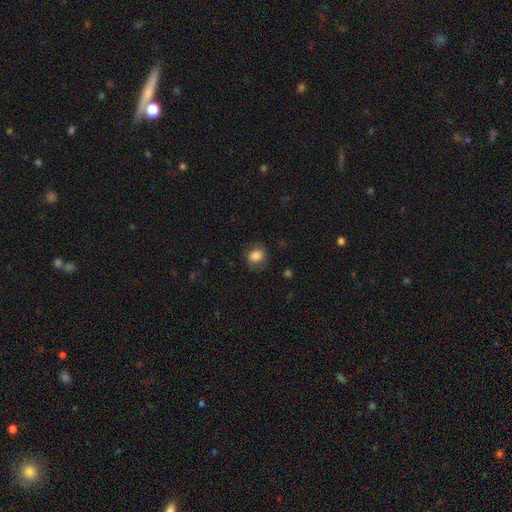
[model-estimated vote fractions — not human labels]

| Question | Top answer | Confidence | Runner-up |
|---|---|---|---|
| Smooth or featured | smooth | 81% | featured or disk (11%) |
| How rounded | round | 53% | in between (46%) |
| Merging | none | 73% | minor disturbance (18%) |